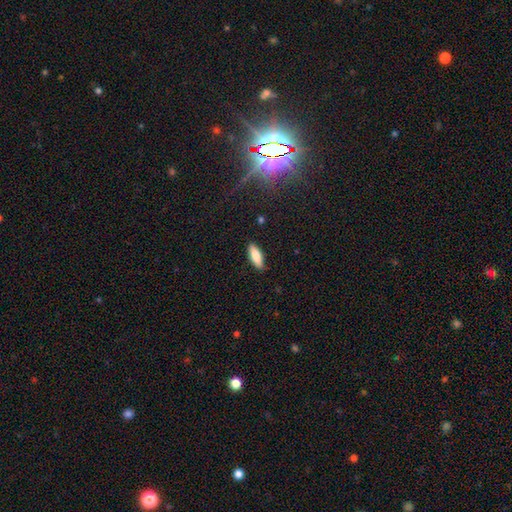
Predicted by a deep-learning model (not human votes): A smooth galaxy with no disk features (77%) that is in between round and cigar-shaped (59%).

Vote fractions:
- Smooth or featured? smooth: 77% / featured or disk: 17% / star or artifact: 6%
- How rounded? in between: 59% / cigar-shaped: 39% / round: 2%
- Merging? none: 88% / minor disturbance: 9% / major disturbance: 2% / merger: 1%